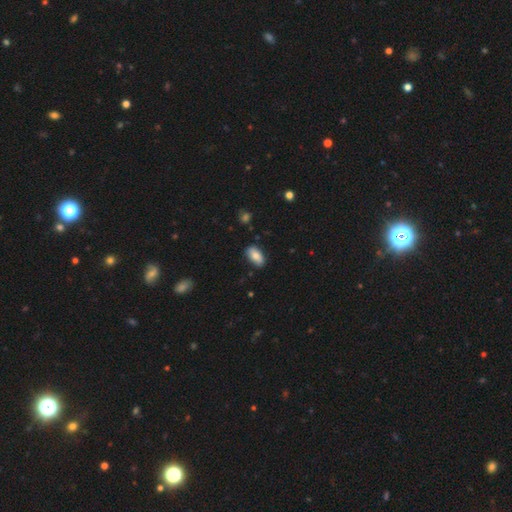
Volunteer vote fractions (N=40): This is clearly a smooth galaxy (82%). How rounded: clearly in between (94%). Merging: clearly none (89%).